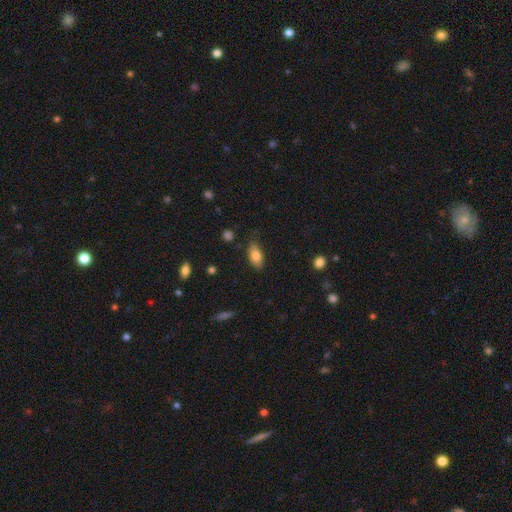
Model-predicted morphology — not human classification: This is clearly a smooth galaxy (80%). How rounded: clearly in between (89%). Merging: clearly none (81%).